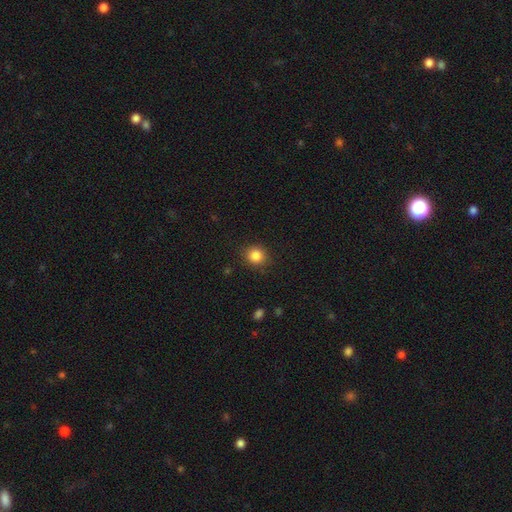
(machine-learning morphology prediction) Smooth or featured: smooth — 86% (star or artifact — 10%)
How rounded: round — 86% (in between — 13%)
Merging: none — 88% (minor disturbance — 8%)